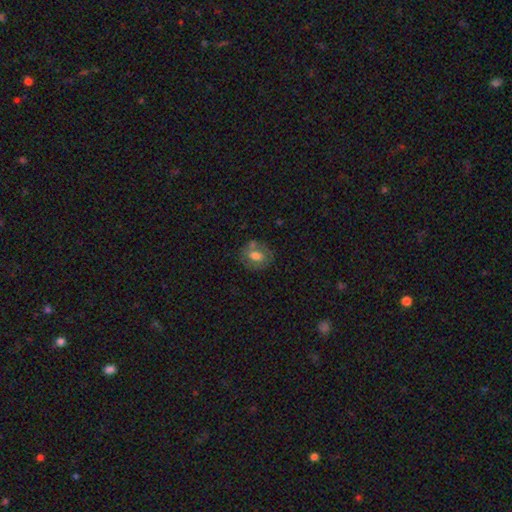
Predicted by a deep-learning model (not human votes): smooth 64%, featured or disk 27%, star or artifact 9%. Down the decision tree: how rounded — round (51%); merging — none (62%).